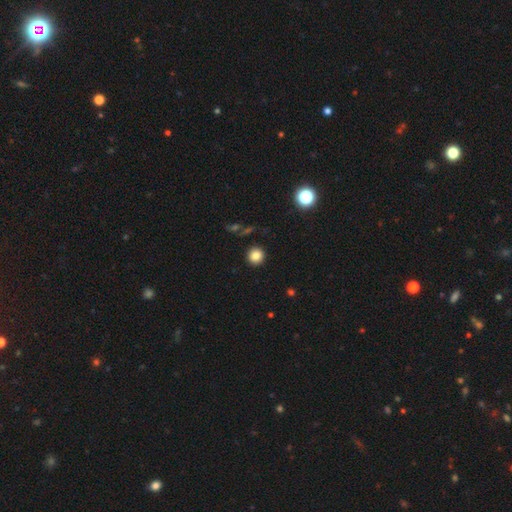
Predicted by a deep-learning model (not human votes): smooth 83%, star or artifact 11%, featured or disk 6%. Down the decision tree: how rounded — round (93%); merging — none (91%).